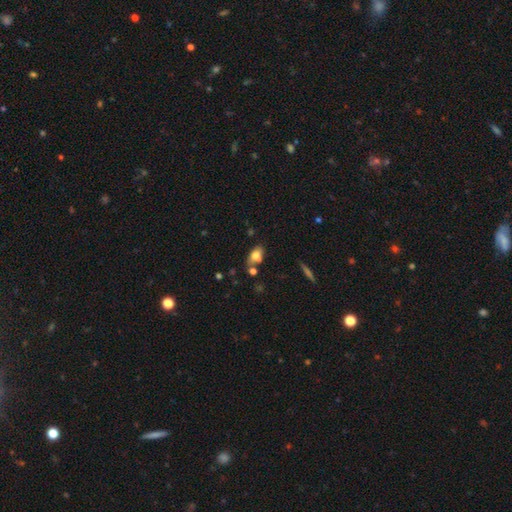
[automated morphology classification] The model was most divided on "merging": none: 54%, merger: 22%, minor disturbance: 18%, major disturbance: 5%. More confident: how rounded — in between (85%); smooth or featured — smooth (75%).